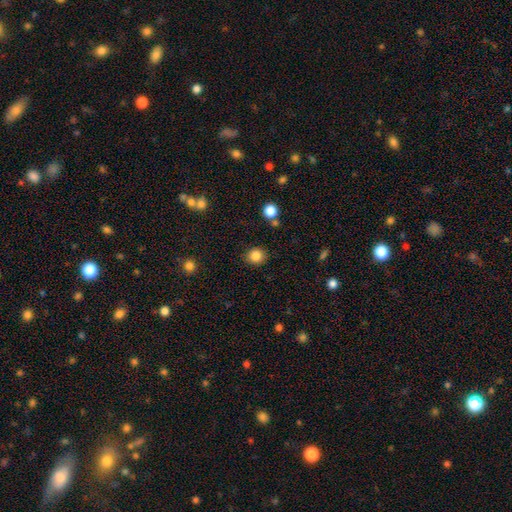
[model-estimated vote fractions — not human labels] smooth 85%, star or artifact 11%, featured or disk 5%. Down the decision tree: how rounded — round (86%); merging — none (88%).